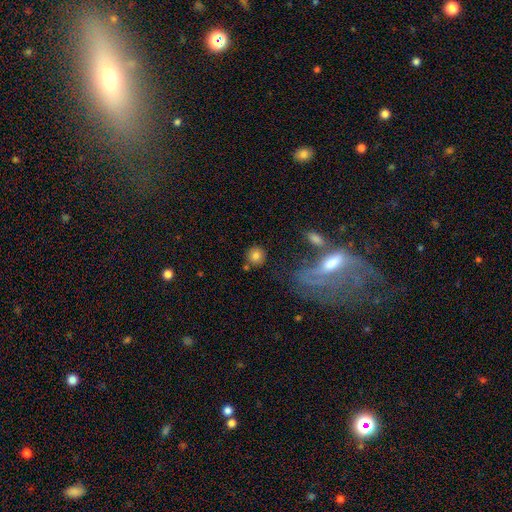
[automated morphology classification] The model was most divided on "merging": none: 77%, minor disturbance: 10%, merger: 9%, major disturbance: 5%. More confident: how rounded — round (89%); smooth or featured — smooth (79%).